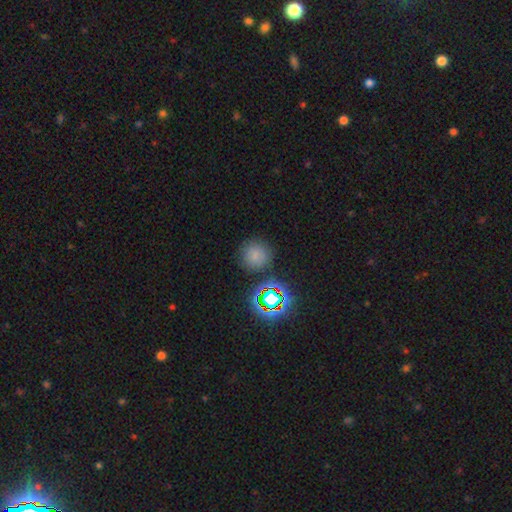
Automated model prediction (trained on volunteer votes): smooth 71%, star or artifact 21%, featured or disk 7%. Down the decision tree: how rounded — round (92%); merging — none (83%).